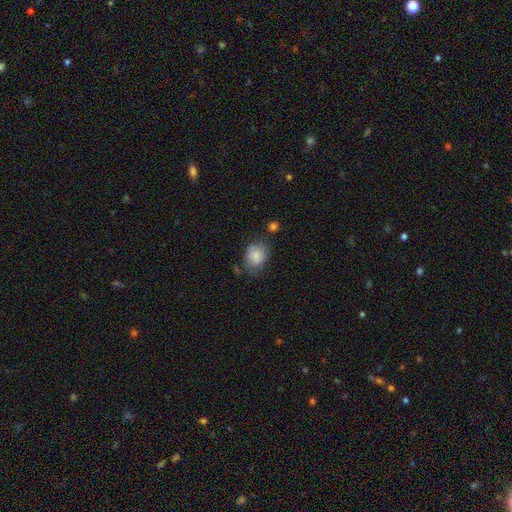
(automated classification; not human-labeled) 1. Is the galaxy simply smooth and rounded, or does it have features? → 80% smooth, 12% featured or disk, 8% star or artifact.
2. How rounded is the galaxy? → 52% in between, 47% round, 1% cigar-shaped.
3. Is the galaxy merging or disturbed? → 56% none, 29% minor disturbance, 10% major disturbance, 4% merger.